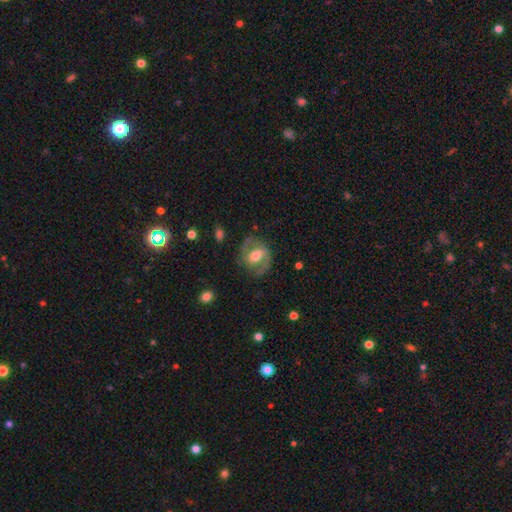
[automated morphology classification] The model was most divided on "bar": weak: 44%, strong: 31%, no: 25%. More confident: edge-on disk — no (97%); spiral arm count — 2 (89%); spiral arms — yes (88%); merging — none (77%); smooth or featured — featured or disk (76%); bulge size — moderate (66%); spiral winding — medium (56%).